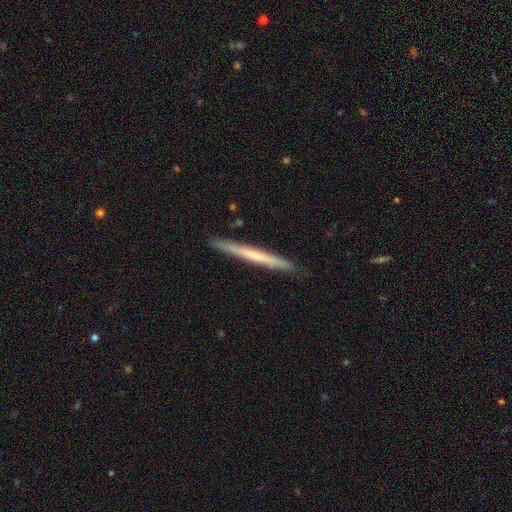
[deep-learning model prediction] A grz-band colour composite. It shows a featured or disk galaxy (48%). Merging: none (91%).